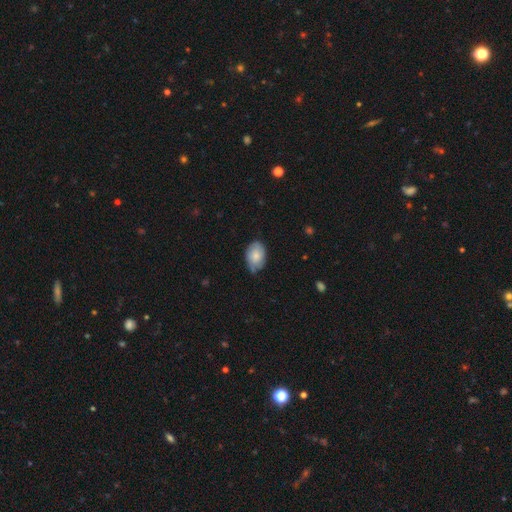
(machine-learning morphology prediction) smooth_or_featured: smooth (p=0.71) [alt: featured or disk p=0.22]
how_rounded: in between (p=0.84) [alt: round p=0.15]
merging: none (p=0.59) [alt: minor disturbance p=0.33]